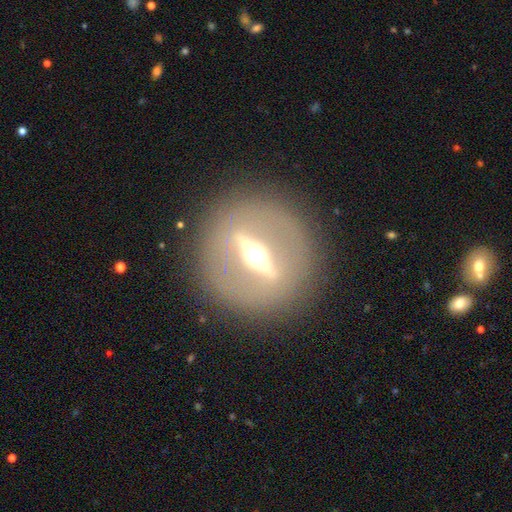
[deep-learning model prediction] Smooth or featured? featured or disk (85%)
Edge-on disk? yes (66%)
Edge-on bulge? rounded (96%)
Merging? none (88%)